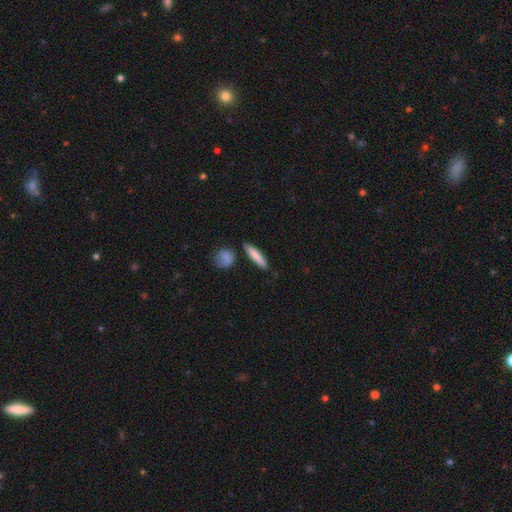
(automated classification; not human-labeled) Overall: smooth (79%). How rounded: cigar-shaped (86%). Merging: none (84%).